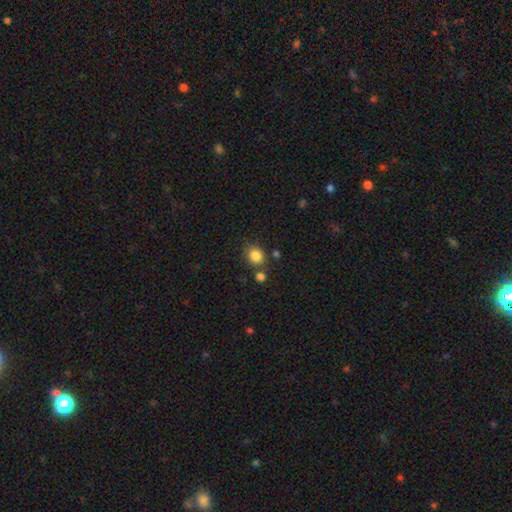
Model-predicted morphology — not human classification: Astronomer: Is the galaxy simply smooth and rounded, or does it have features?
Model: smooth — 85%.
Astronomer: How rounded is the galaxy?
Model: round — 70%.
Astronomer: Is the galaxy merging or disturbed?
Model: none — 72%.